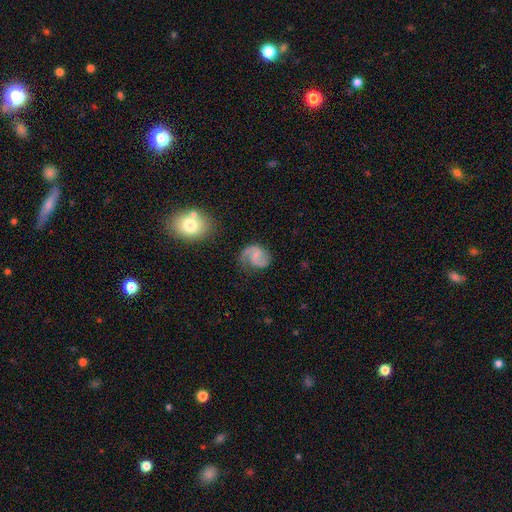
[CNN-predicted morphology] type=featured or disk (80%); edge-on=no (98%); bar=no (47%); spiral arms=yes (96%); winding=medium (52%); arm count=2 (85%); bulge=none (45%); merging=none (70%).